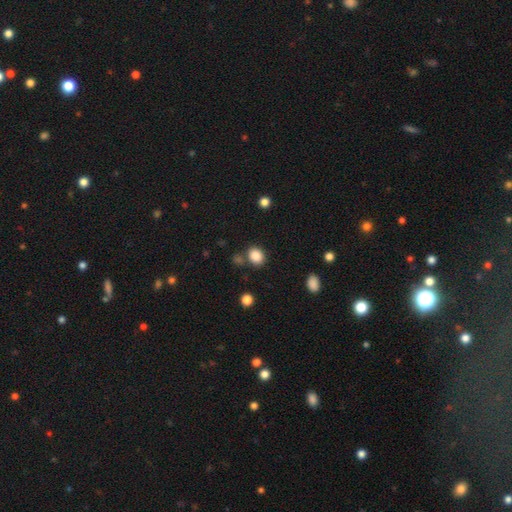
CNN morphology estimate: Smooth or featured: smooth — 86% (star or artifact — 10%)
How rounded: round — 58% (in between — 41%)
Merging: none — 76% (minor disturbance — 11%)